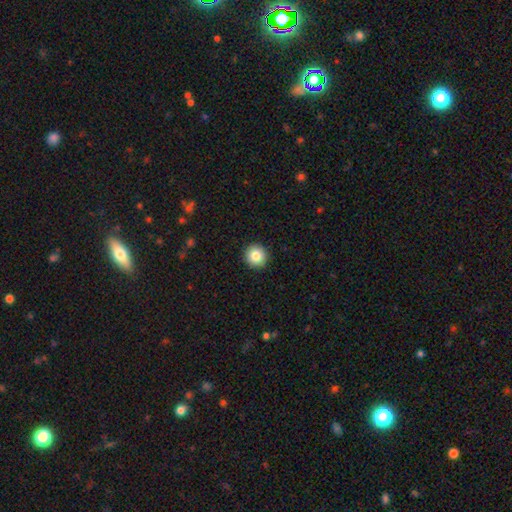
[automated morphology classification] smooth 84%, star or artifact 9%, featured or disk 7%. Down the decision tree: how rounded — round (94%); merging — none (93%).